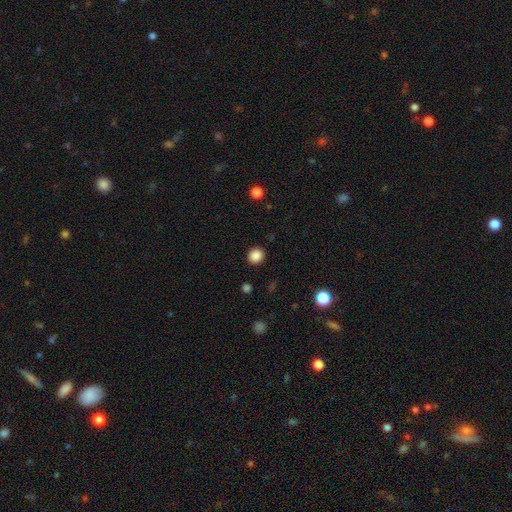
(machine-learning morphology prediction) Smooth or featured? Predicted: smooth (p=0.87). How rounded? Predicted: round (p=0.88). Merging? Predicted: none (p=0.91).